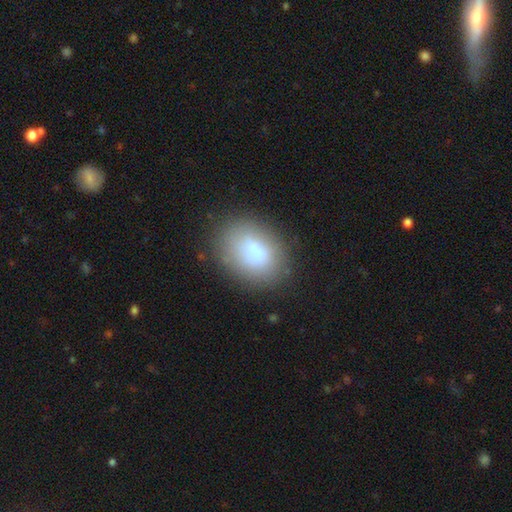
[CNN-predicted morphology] This appears to be a smooth galaxy with no disk features (79%) that is in between round and cigar-shaped (70%). Merging: none (81%).